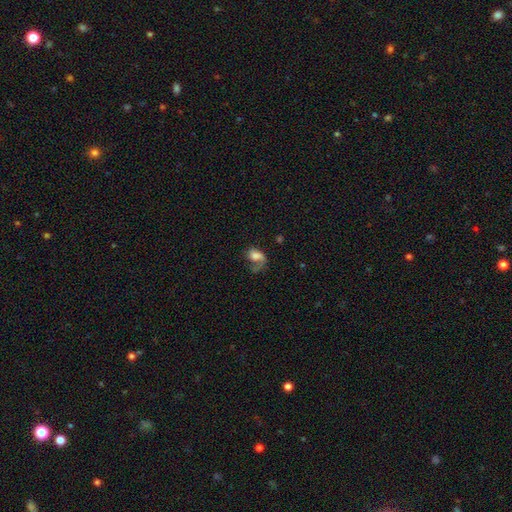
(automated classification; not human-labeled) Morphology: type=smooth (48%); merging=major disturbance (48%).